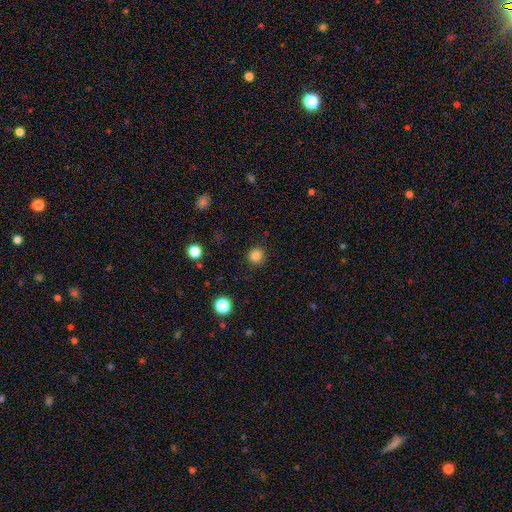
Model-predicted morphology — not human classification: Smooth or featured? Predicted: smooth (p=0.83). How rounded? Predicted: round (p=0.94). Merging? Predicted: none (p=0.89).